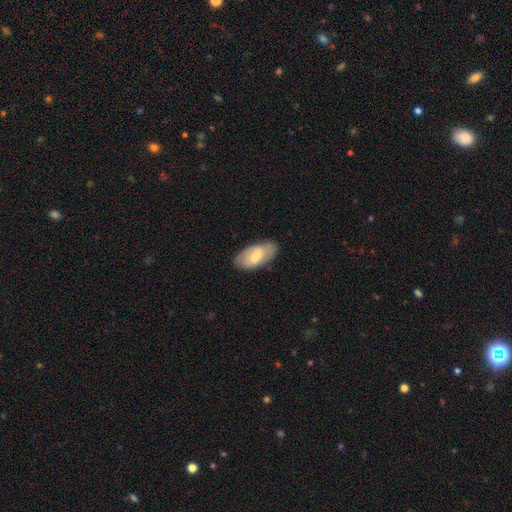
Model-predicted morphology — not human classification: smooth_or_featured: smooth (p=0.56) [alt: featured or disk p=0.38]
how_rounded: in between (p=0.93) [alt: cigar-shaped p=0.04]
merging: none (p=0.80) [alt: minor disturbance p=0.16]